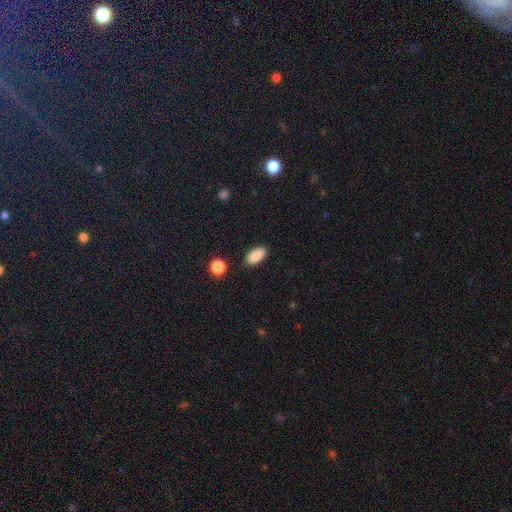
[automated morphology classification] smooth 88%, star or artifact 8%, featured or disk 4%. Down the decision tree: how rounded — in between (92%); merging — none (87%).